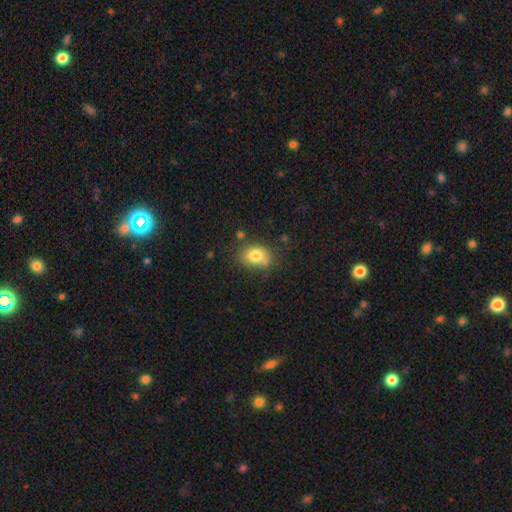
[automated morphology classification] A smooth galaxy with no disk features (79%) that is in between round and cigar-shaped (65%). Merging: none (61%).